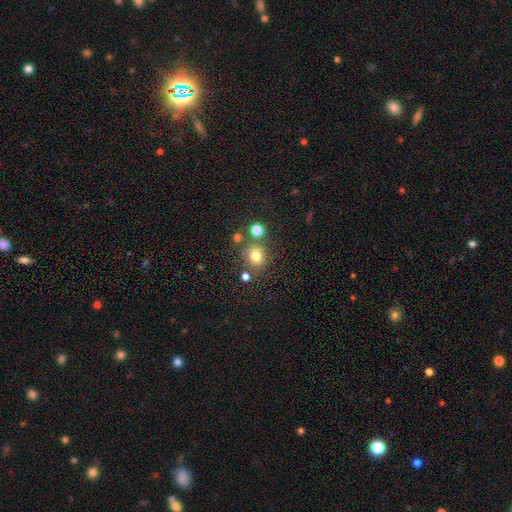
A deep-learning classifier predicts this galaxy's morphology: This is likely a smooth galaxy (75%). How rounded: likely round (78%). Merging: likely none (73%).